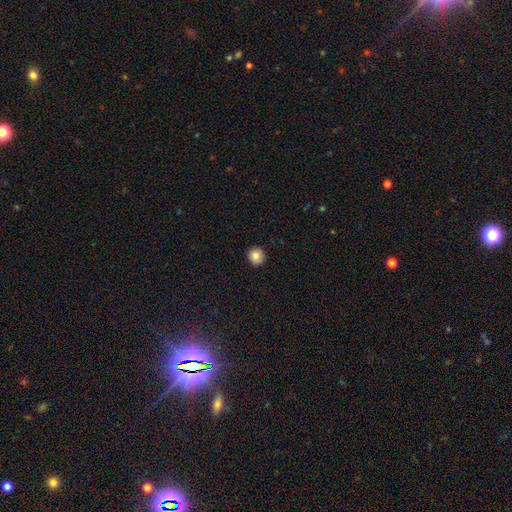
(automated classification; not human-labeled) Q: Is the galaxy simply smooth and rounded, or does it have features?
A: smooth — 83%.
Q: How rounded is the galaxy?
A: round — 95%.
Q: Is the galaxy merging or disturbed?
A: none — 93%.